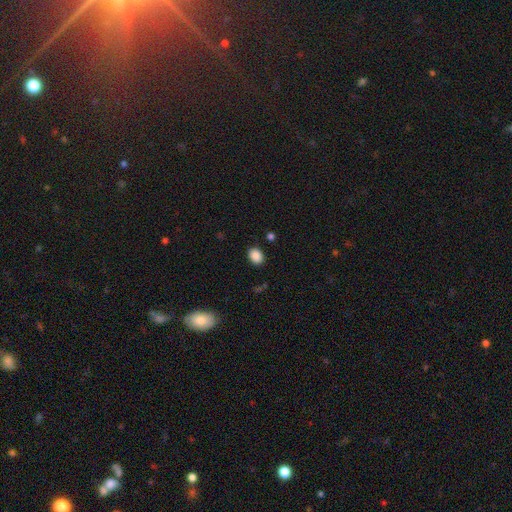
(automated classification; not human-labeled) Smooth or featured: smooth — 88% (star or artifact — 9%)
How rounded: in between — 69% (round — 30%)
Merging: none — 86% (minor disturbance — 9%)